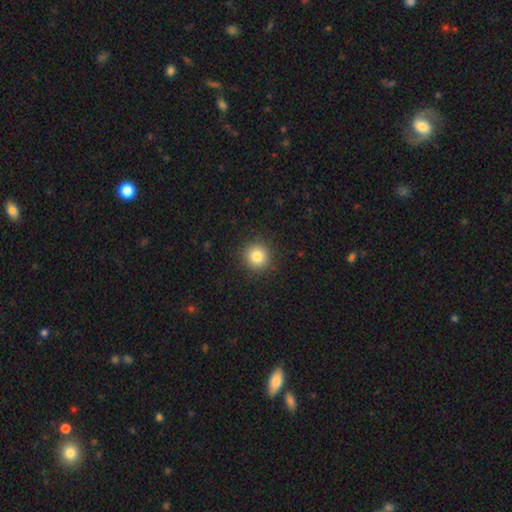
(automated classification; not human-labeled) Smooth or featured? smooth (83%)
How rounded? round (93%)
Merging? none (90%)